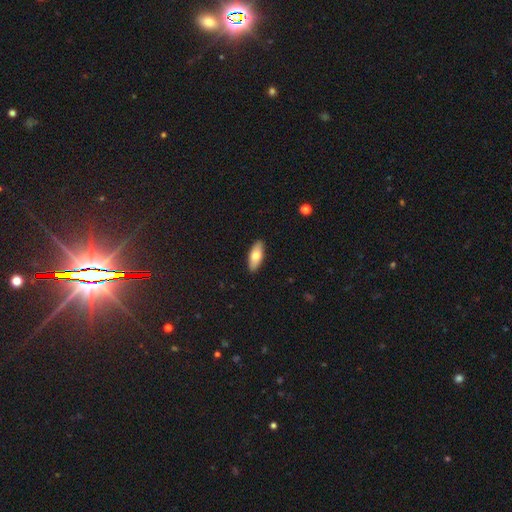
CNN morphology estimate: This is likely a smooth galaxy (75%). How rounded: likely in between (79%). Merging: clearly none (89%).